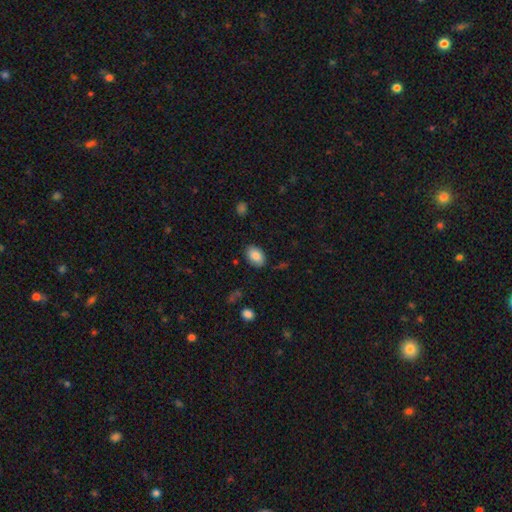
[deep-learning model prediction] Smooth or featured? Predicted: smooth (p=0.84). How rounded? Predicted: in between (p=0.86). Merging? Predicted: none (p=0.85).